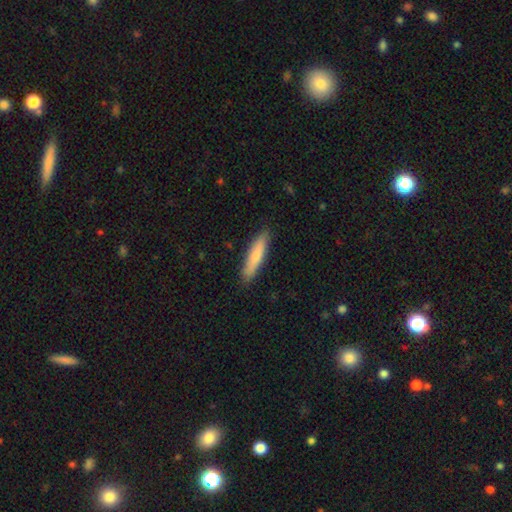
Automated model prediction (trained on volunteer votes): smooth-or-featured: smooth: 77% | featured or disk: 18% | star or artifact: 5%
  how-rounded: cigar-shaped: 82% | in between: 16% | round: 1%
  merging: none: 88% | minor disturbance: 9% | major disturbance: 2% | merger: 1%